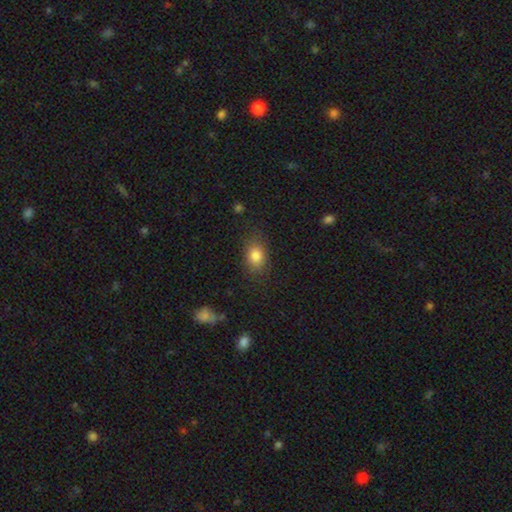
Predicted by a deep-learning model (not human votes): smooth 82%, star or artifact 10%, featured or disk 8%. Down the decision tree: how rounded — in between (69%); merging — none (79%).